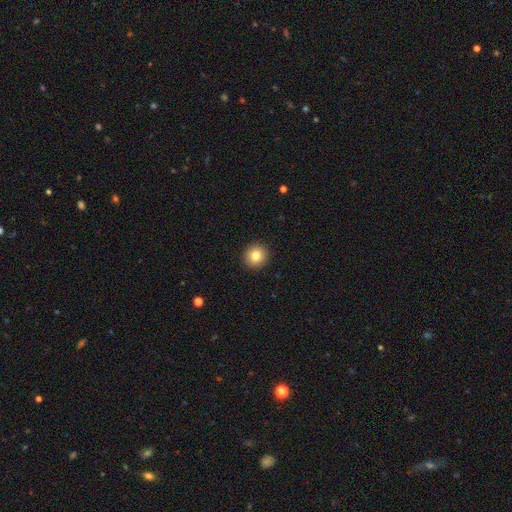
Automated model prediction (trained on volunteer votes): This appears to be a smooth galaxy with no disk features (81%) that is round (93%). Merging: none (93%).